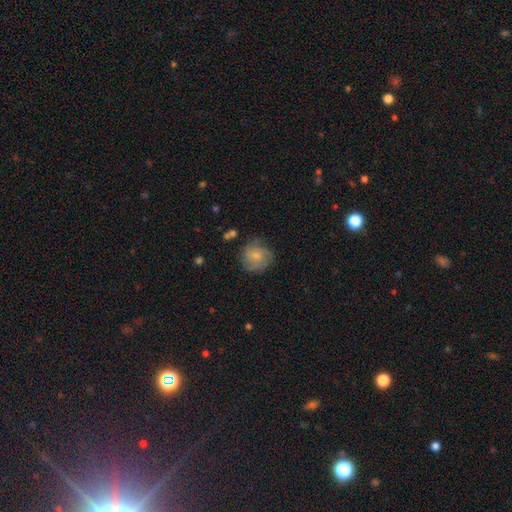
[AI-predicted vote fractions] This appears to be a smooth galaxy with no disk features (59%) that is round (88%). Merging: none (70%).